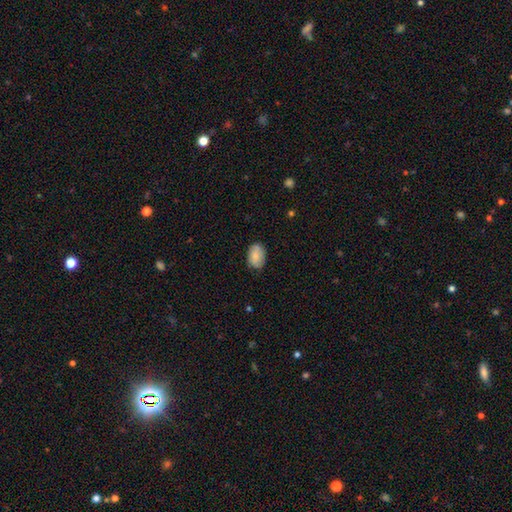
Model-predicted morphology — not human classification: smooth_or_featured: smooth (p=0.81) [alt: featured or disk p=0.12]
how_rounded: in between (p=0.88) [alt: round p=0.11]
merging: none (p=0.76) [alt: minor disturbance p=0.19]